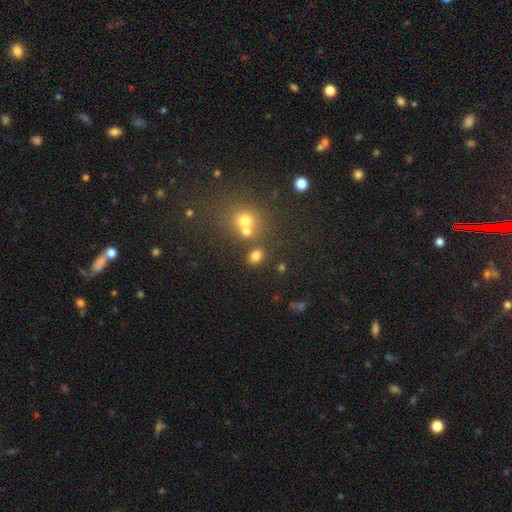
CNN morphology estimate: Smooth or featured?
  - smooth: 76% *
  - star or artifact: 16%
  - featured or disk: 8%
How rounded?
  - in between: 60% *
  - round: 39%
  - cigar-shaped: 1%
Merging?
  - none: 69% *
  - merger: 17%
  - minor disturbance: 10%
  - major disturbance: 4%